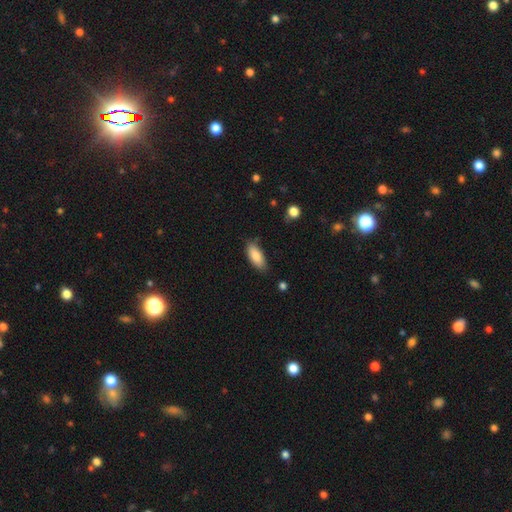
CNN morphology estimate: smooth 84%, featured or disk 10%, star or artifact 6%. Down the decision tree: how rounded — in between (82%); merging — none (77%).